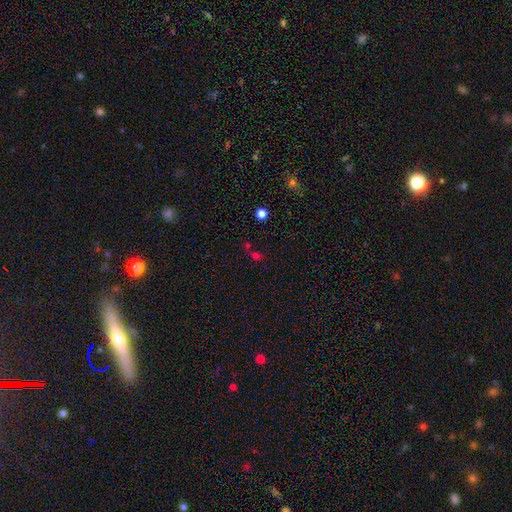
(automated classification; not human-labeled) A smooth galaxy with no disk features (51%) that is round (65%).

Vote fractions:
- Smooth or featured? smooth: 51% / star or artifact: 39% / featured or disk: 10%
- How rounded? round: 65% / in between: 32% / cigar-shaped: 3%
- Merging? none: 51% / merger: 31% / minor disturbance: 10% / major disturbance: 7%